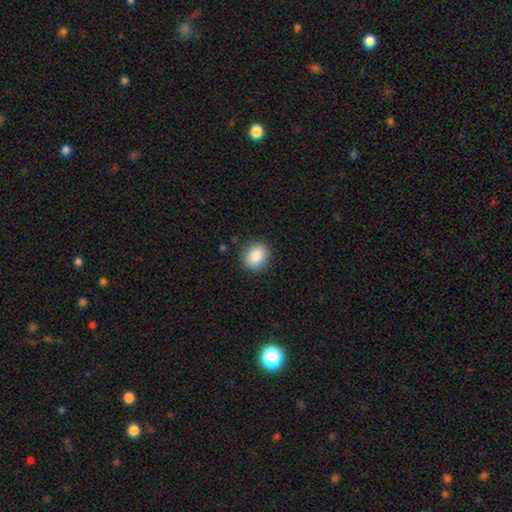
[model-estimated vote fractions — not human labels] smooth-or-featured: smooth: 87% | star or artifact: 8% | featured or disk: 5%
  how-rounded: round: 64% | in between: 35% | cigar-shaped: 1%
  merging: none: 88% | minor disturbance: 9% | major disturbance: 2% | merger: 1%